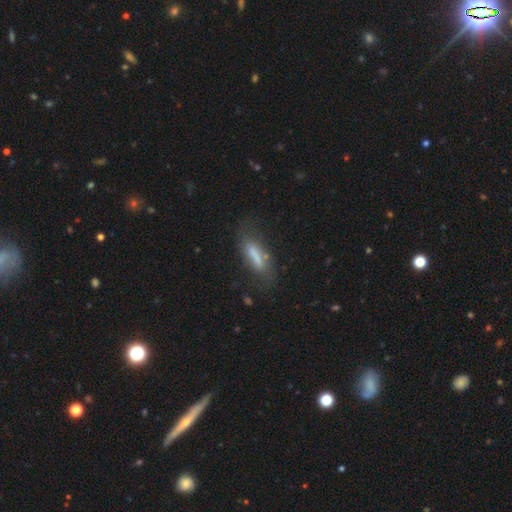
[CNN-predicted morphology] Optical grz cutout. It shows a smooth galaxy with no disk features (66%) that is cigar-shaped (61%). Merging: none (60%).